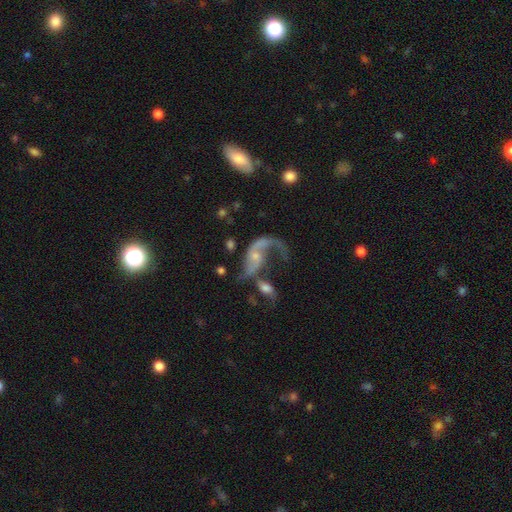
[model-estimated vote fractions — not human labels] The model was most divided on "spiral arm count": 2: 49%, 1: 44%, can't tell: 4%, 3: 1%, 4: 1%, more than 4: 1%. Remaining: edge-on disk — no (95%); spiral arms — yes (85%); spiral winding — loose (81%); smooth or featured — featured or disk (78%); bar — no (63%); bulge size — small (61%); merging — major disturbance (37%).